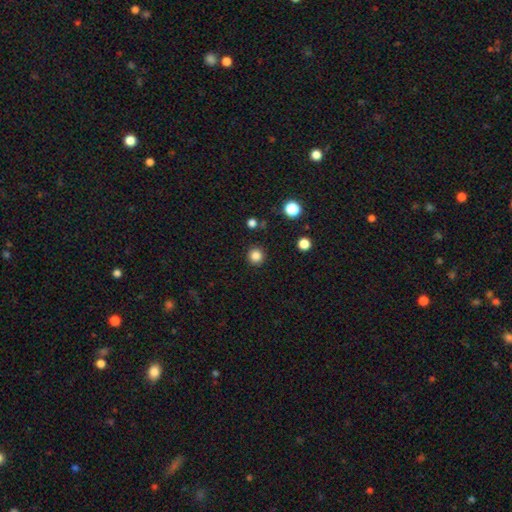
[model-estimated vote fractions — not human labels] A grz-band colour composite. It shows a smooth galaxy with no disk features (84%) that is round (95%). Merging: none (91%).